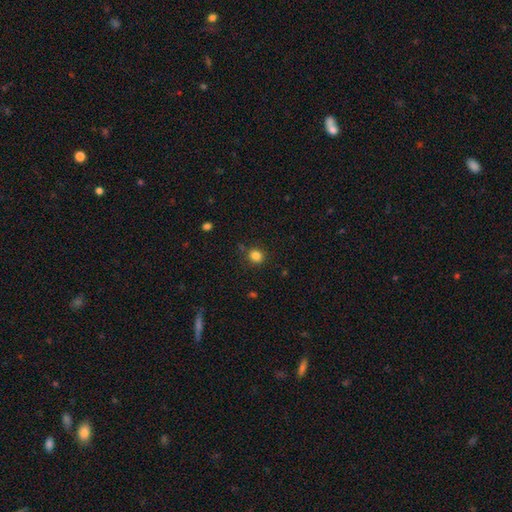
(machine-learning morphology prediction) Smooth or featured? Predicted: smooth (p=0.83). How rounded? Predicted: round (p=0.82). Merging? Predicted: none (p=0.82).